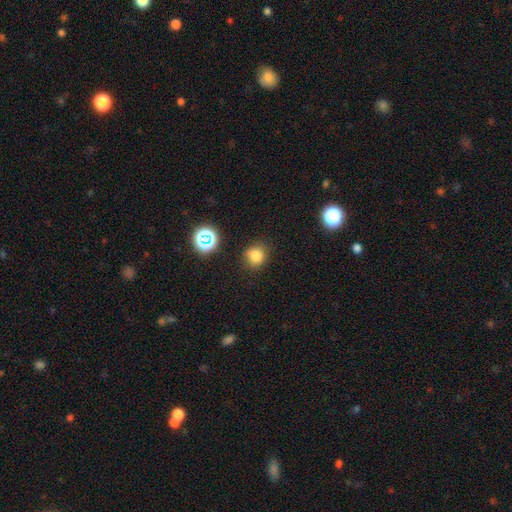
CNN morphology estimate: Smooth or featured? Predicted: smooth (p=0.78). How rounded? Predicted: round (p=0.81). Merging? Predicted: none (p=0.79).